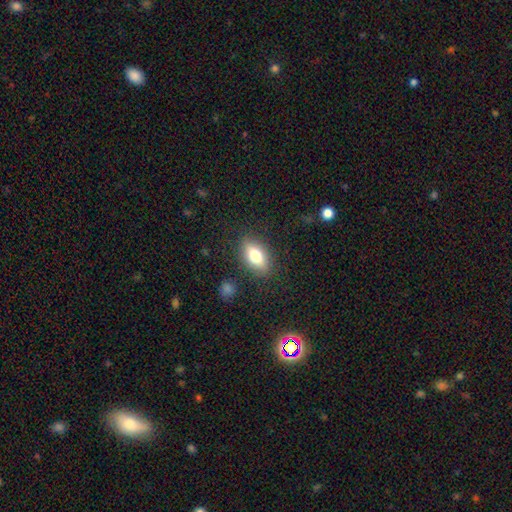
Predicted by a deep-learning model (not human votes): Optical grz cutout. It shows a smooth galaxy with no disk features (75%) that is in between round and cigar-shaped (85%). Merging: none (86%).